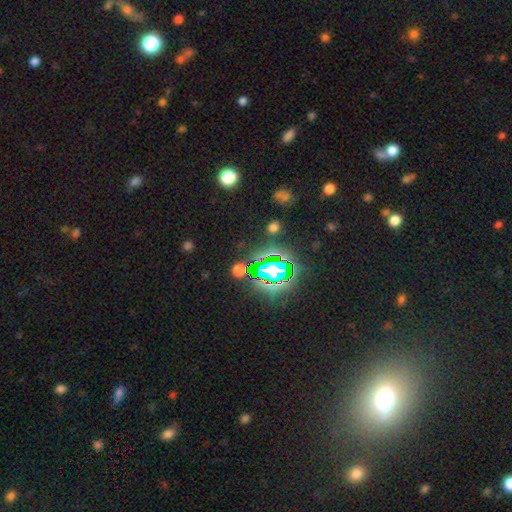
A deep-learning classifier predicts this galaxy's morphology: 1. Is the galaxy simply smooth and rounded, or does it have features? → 69% star or artifact, 21% smooth, 10% featured or disk.